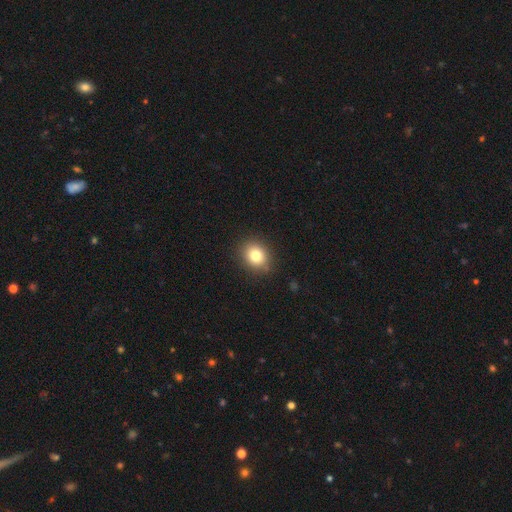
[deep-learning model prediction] A smooth galaxy with no disk features (81%) that is round (65%).

Vote fractions:
- Smooth or featured? smooth: 81% / star or artifact: 11% / featured or disk: 8%
- How rounded? round: 65% / in between: 34% / cigar-shaped: 1%
- Merging? none: 88% / minor disturbance: 9% / major disturbance: 2% / merger: 1%